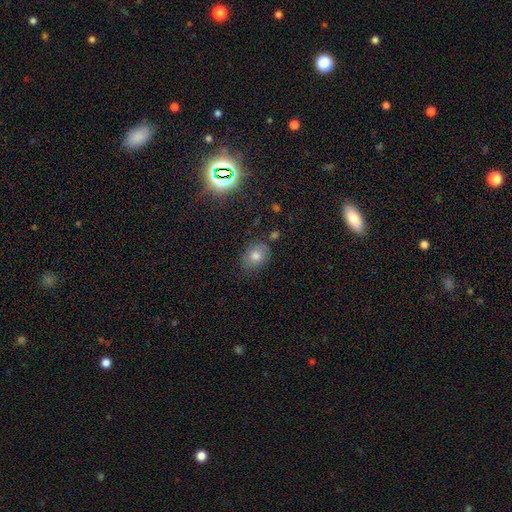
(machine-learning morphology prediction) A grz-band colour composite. It shows a smooth galaxy with no disk features (70%) that is in between round and cigar-shaped (60%). Merging: none (78%).